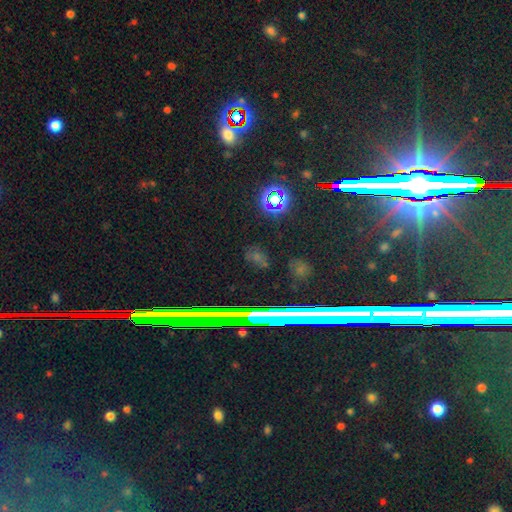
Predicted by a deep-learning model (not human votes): The model was most divided on "smooth or featured": star or artifact: 65%, smooth: 24%, featured or disk: 11%.